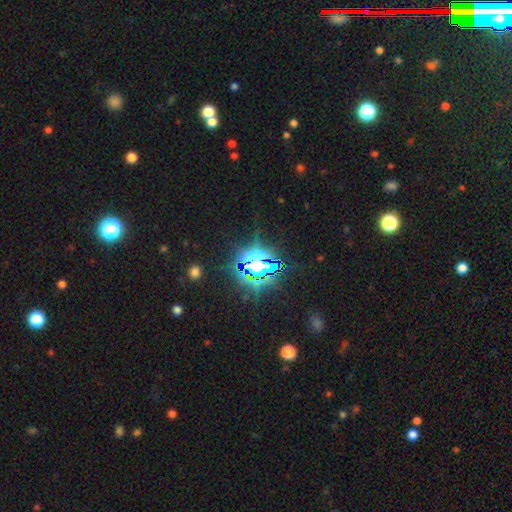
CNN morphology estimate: A star or artifact, not a galaxy (80%).

Vote fractions:
- Smooth or featured? star or artifact: 80% / smooth: 12% / featured or disk: 7%